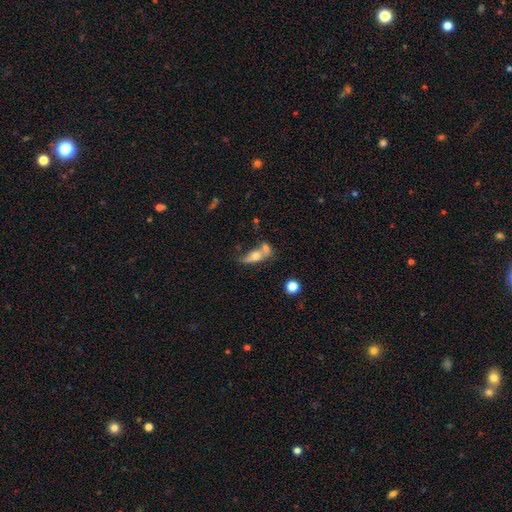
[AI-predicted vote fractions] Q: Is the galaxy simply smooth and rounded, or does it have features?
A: smooth — 54%.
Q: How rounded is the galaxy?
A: in between — 66%.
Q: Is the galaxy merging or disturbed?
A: merger — 51%.